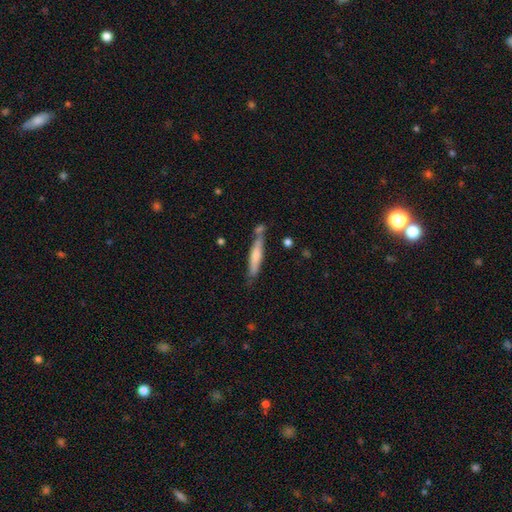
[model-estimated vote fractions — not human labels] smooth_or_featured: smooth (p=0.61) [alt: featured or disk p=0.33]
how_rounded: cigar-shaped (p=0.90) [alt: in between p=0.08]
merging: none (p=0.64) [alt: minor disturbance p=0.18]